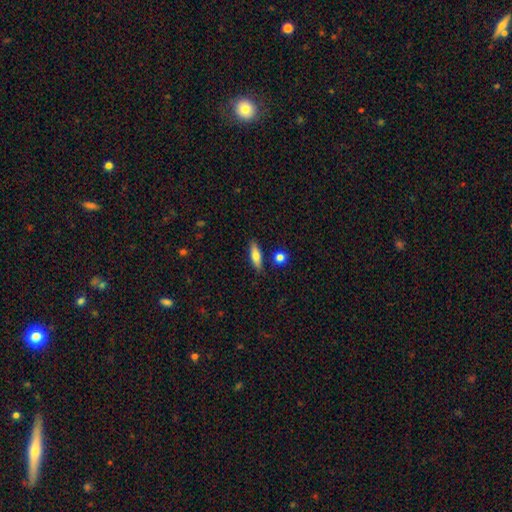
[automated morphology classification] Smooth or featured? Predicted: smooth (p=0.73). How rounded? Predicted: cigar-shaped (p=0.52). Merging? Predicted: none (p=0.83).